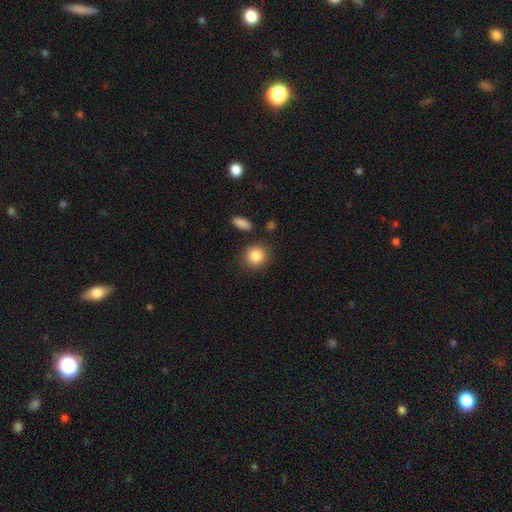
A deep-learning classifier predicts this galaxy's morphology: A smooth galaxy with no disk features (87%) that is round (83%). Merging: none (85%).